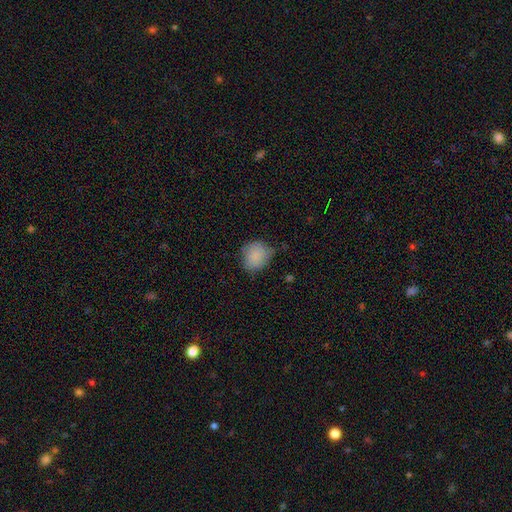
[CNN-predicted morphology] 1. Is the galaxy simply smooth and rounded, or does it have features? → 82% smooth, 10% featured or disk, 8% star or artifact.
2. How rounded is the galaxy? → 71% round, 28% in between, 1% cigar-shaped.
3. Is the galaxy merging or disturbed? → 54% none, 36% minor disturbance, 7% major disturbance, 2% merger.